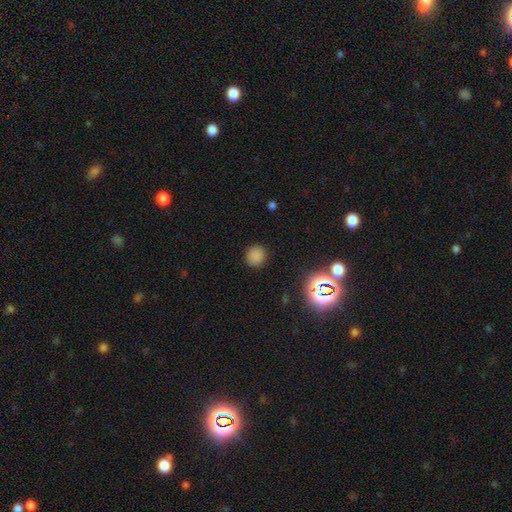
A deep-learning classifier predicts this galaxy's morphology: This is likely a smooth galaxy (78%). How rounded: clearly round (90%). Merging: clearly none (89%).